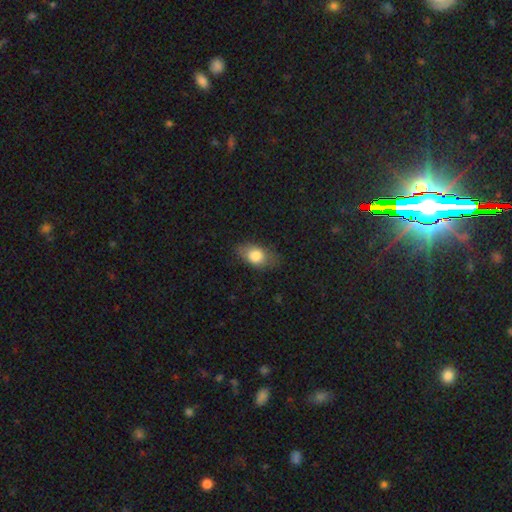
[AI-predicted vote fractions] A smooth galaxy with no disk features (79%) that is in between round and cigar-shaped (83%).

Vote fractions:
- Smooth or featured? smooth: 79% / featured or disk: 13% / star or artifact: 8%
- How rounded? in between: 83% / round: 13% / cigar-shaped: 4%
- Merging? none: 75% / minor disturbance: 19% / major disturbance: 5% / merger: 1%